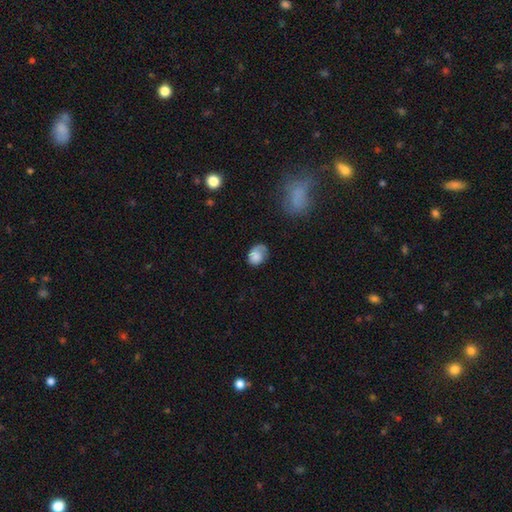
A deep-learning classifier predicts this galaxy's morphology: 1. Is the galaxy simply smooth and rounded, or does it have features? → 68% smooth, 24% featured or disk, 8% star or artifact.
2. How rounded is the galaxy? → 60% in between, 39% round, 1% cigar-shaped.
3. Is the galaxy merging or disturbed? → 51% none, 30% minor disturbance, 17% major disturbance, 2% merger.